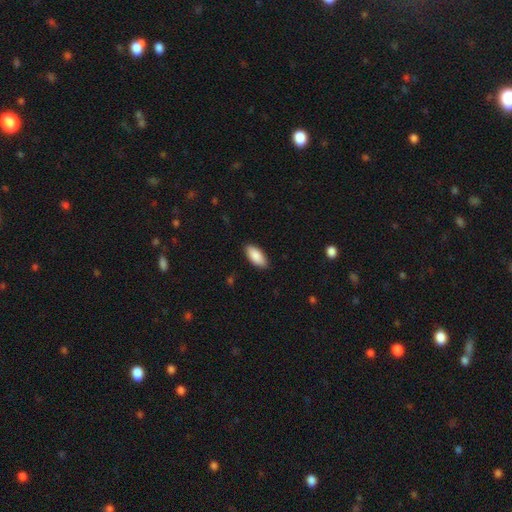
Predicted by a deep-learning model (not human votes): Smooth or featured? smooth (89%)
How rounded? in between (91%)
Merging? none (88%)